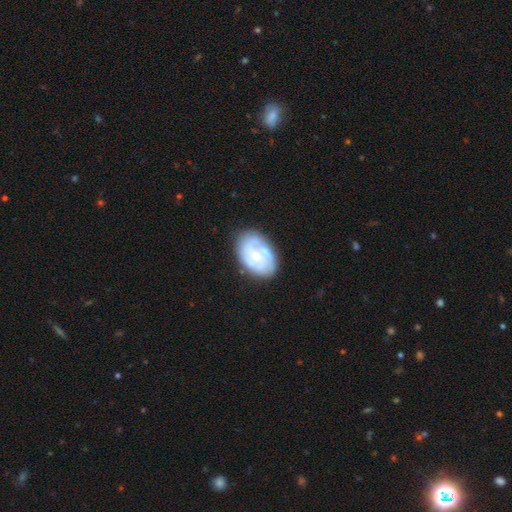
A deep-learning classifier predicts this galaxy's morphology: This appears to be a featured or disk galaxy (61%) with no bar (73%), spiral arms (66%) and a small central bulge (61%). Merging: none (71%).